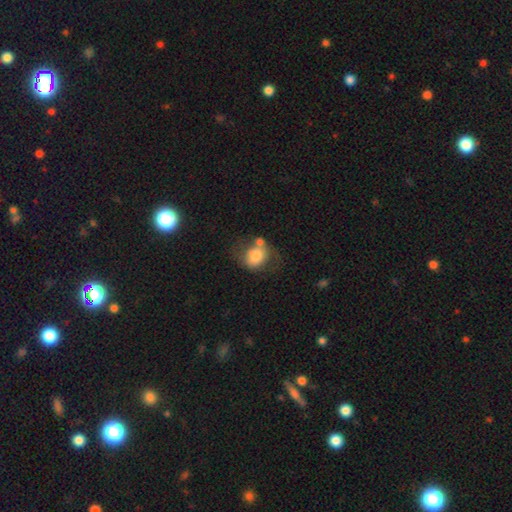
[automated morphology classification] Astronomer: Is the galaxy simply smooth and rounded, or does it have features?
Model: smooth — 67%.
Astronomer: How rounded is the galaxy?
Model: round — 53% (runner-up: in between, 46%).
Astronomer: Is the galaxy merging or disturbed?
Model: none — 39% (runner-up: merger, 23%).